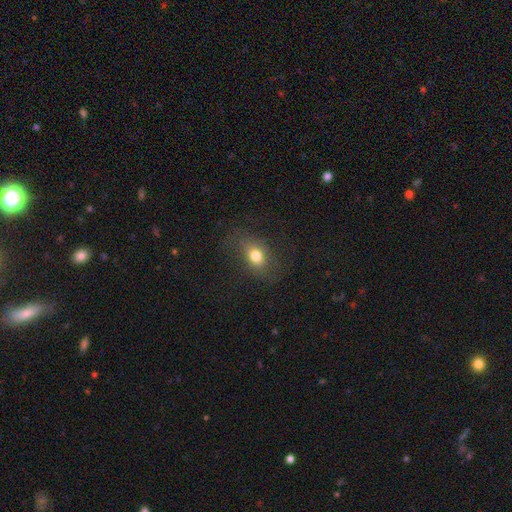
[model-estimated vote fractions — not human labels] Q: Smooth or featured?
A: smooth (73%); runner-up: featured or disk (15%)
Q: How rounded?
A: in between (72%); runner-up: round (25%)
Q: Merging?
A: none (70%); runner-up: minor disturbance (17%)